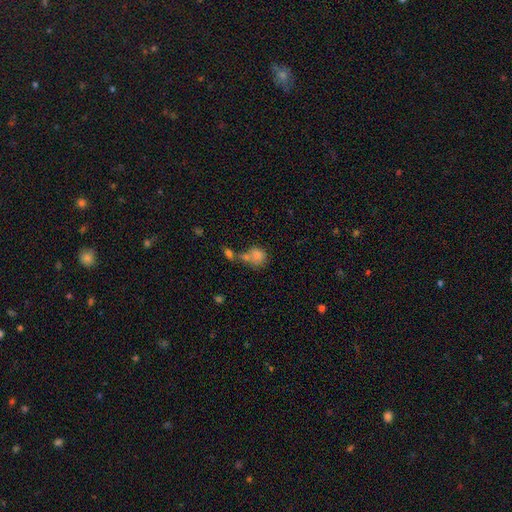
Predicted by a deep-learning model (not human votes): Smooth or featured: smooth — 77% (featured or disk — 13%)
How rounded: round — 72% (in between — 27%)
Merging: merger — 46% (none — 32%)